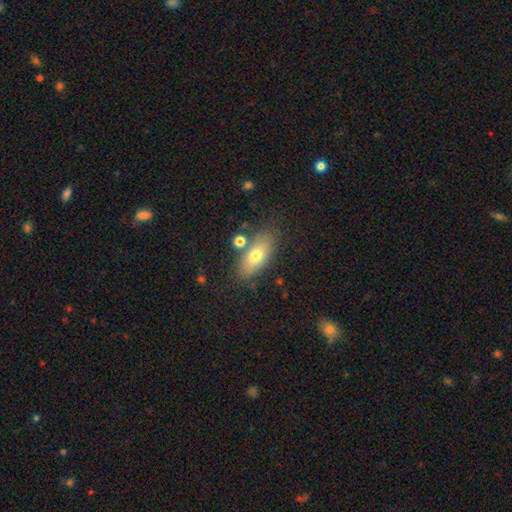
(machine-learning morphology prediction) The model was most divided on "smooth or featured": smooth: 71%, featured or disk: 21%, star or artifact: 8%. More confident: how rounded — in between (79%); merging — none (75%).